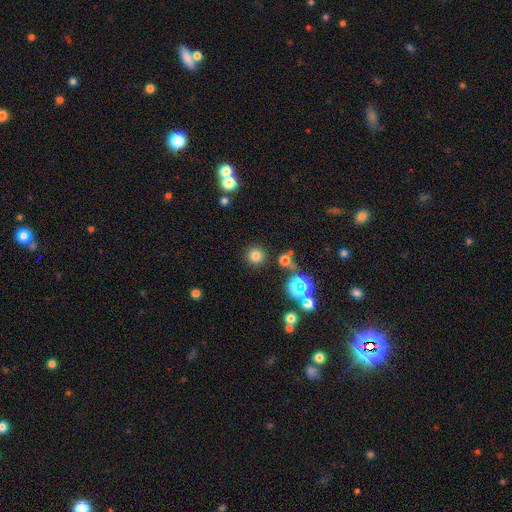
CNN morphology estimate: The model was most divided on "smooth or featured": smooth: 76%, star or artifact: 19%, featured or disk: 6%. More confident: how rounded — round (95%); merging — none (87%).